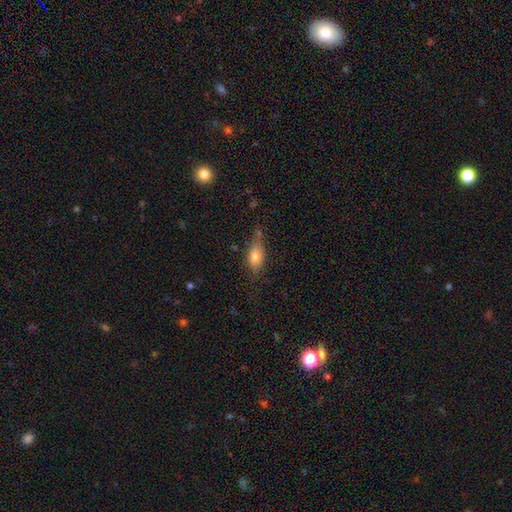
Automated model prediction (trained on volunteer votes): smooth 76%, featured or disk 16%, star or artifact 8%. Down the decision tree: how rounded — in between (83%); merging — none (59%).